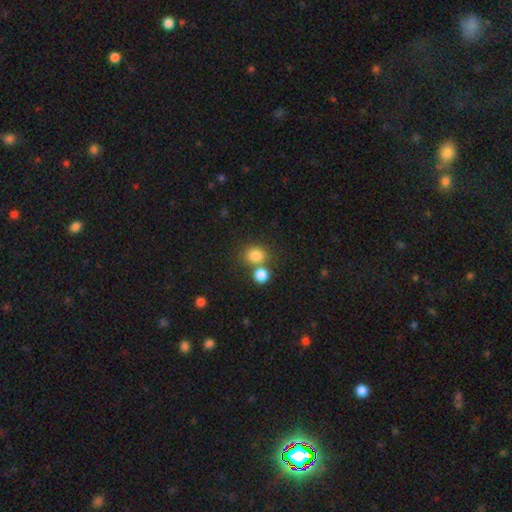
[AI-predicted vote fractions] Morphology: type=smooth (81%); roundness=round (65%); merging=none (56%).